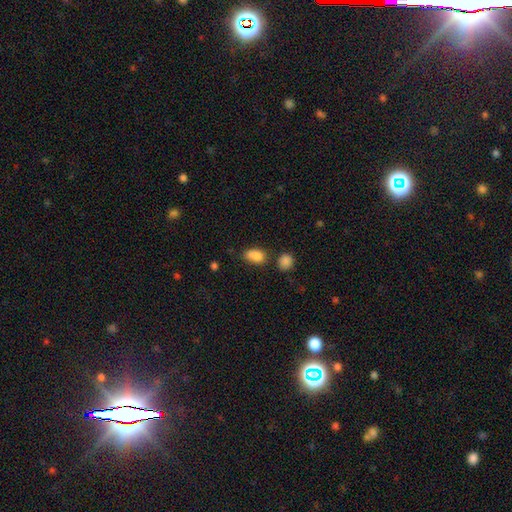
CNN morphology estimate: Smooth or featured: smooth — 84% (star or artifact — 10%)
How rounded: in between — 83% (round — 13%)
Merging: none — 53% (minor disturbance — 21%)